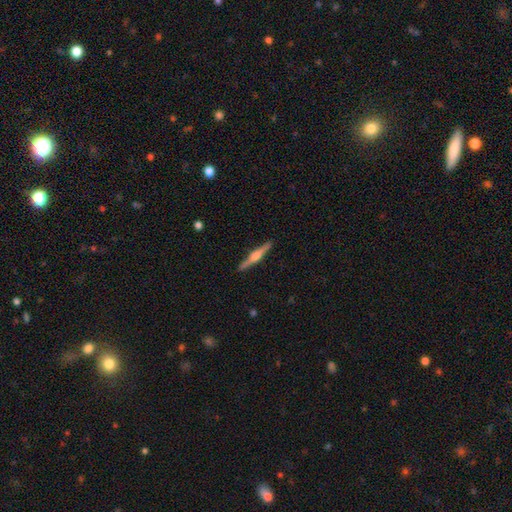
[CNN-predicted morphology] smooth-or-featured: featured or disk: 75% | smooth: 19% | star or artifact: 5%
  disk-edge-on: yes: 98% | no: 2%
    edge-on-bulge: rounded: 87% | boxy: 10% | none: 3%
  merging: none: 92% | minor disturbance: 6% | major disturbance: 1% | merger: 1%